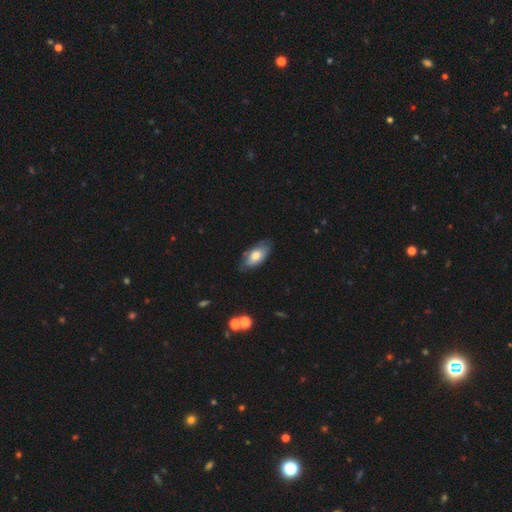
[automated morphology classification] A smooth galaxy with no disk features (68%) that is in between round and cigar-shaped (91%). Merging: none (74%).